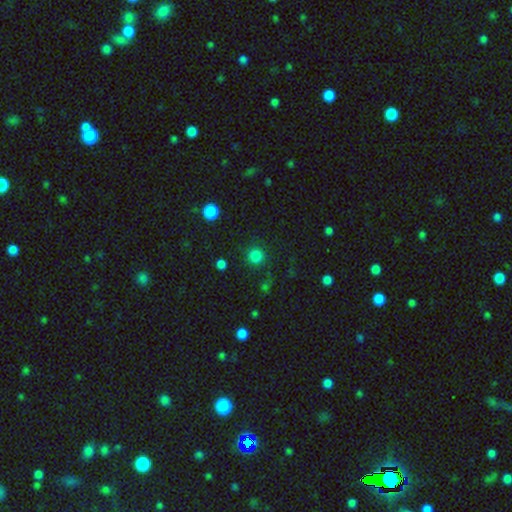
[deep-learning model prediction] Smooth or featured?
  - smooth: 83% *
  - star or artifact: 14%
  - featured or disk: 4%
How rounded?
  - round: 94% *
  - in between: 5%
  - cigar-shaped: 1%
Merging?
  - none: 88% *
  - minor disturbance: 7%
  - major disturbance: 3%
  - merger: 1%